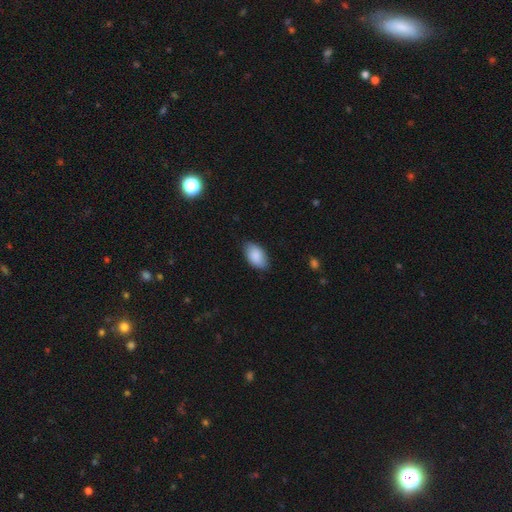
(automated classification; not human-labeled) smooth-or-featured: smooth: 88% | star or artifact: 6% | featured or disk: 6%
  how-rounded: in between: 95% | round: 4% | cigar-shaped: 2%
  merging: none: 82% | minor disturbance: 15% | major disturbance: 3% | merger: 1%